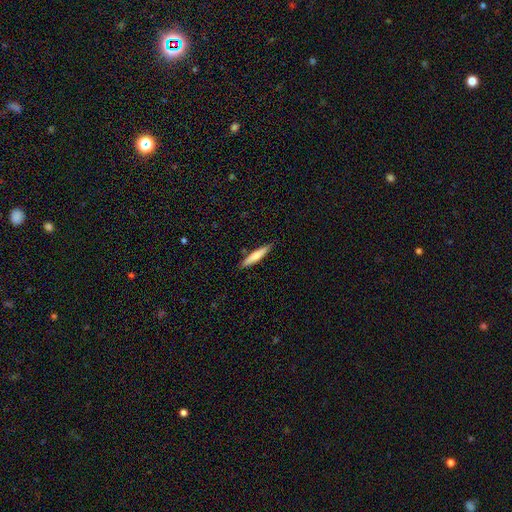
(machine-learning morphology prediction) smooth 67%, featured or disk 28%, star or artifact 6%. Down the decision tree: how rounded — cigar-shaped (89%); merging — none (87%).